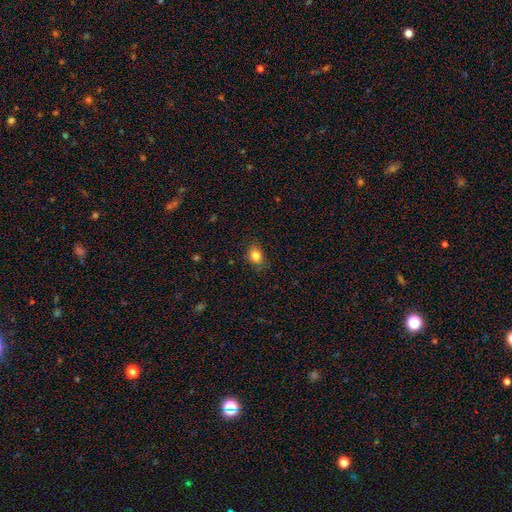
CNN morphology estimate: Smooth or featured? Predicted: smooth (p=0.84). How rounded? Predicted: in between (p=0.61). Merging? Predicted: none (p=0.81).